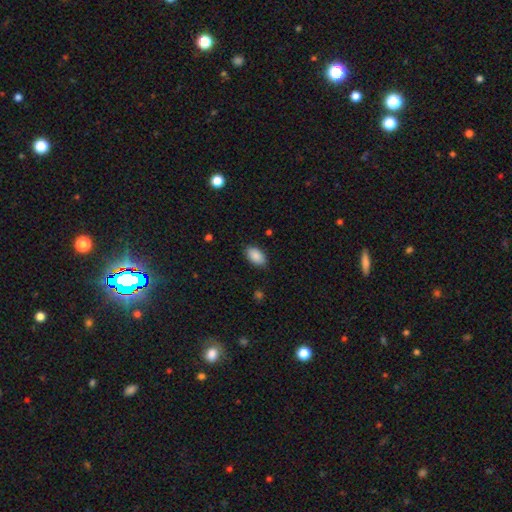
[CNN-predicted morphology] Smooth or featured? Predicted: smooth (p=0.89). How rounded? Predicted: in between (p=0.94). Merging? Predicted: none (p=0.86).